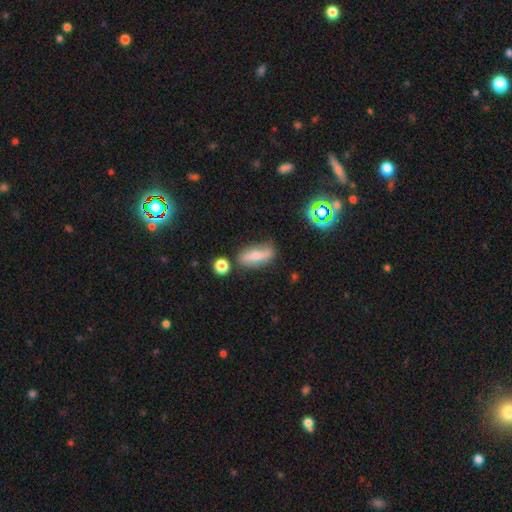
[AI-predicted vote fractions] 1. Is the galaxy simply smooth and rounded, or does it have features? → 47% featured or disk, 45% smooth, 9% star or artifact.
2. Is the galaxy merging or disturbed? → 67% none, 21% minor disturbance, 6% major disturbance, 6% merger.